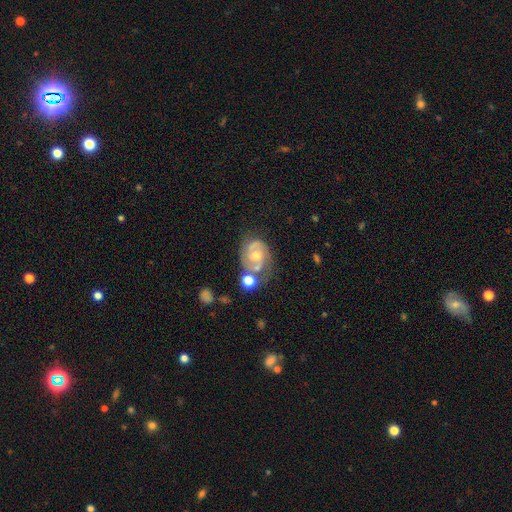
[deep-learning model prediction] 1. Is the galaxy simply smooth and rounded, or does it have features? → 79% featured or disk, 14% smooth, 7% star or artifact.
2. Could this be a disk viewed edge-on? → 98% no, 2% yes.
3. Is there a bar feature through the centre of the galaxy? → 60% no, 33% weak, 7% strong.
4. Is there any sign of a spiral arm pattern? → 93% yes, 7% no.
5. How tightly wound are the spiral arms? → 46% medium, 42% tight, 12% loose.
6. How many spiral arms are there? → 80% 2, 9% can't tell, 5% 1, 4% 3, 1% 4, 1% more than 4.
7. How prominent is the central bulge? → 56% moderate, 35% small, 4% large, 4% none, 1% dominant.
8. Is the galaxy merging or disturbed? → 50% none, 21% minor disturbance, 18% merger, 11% major disturbance.